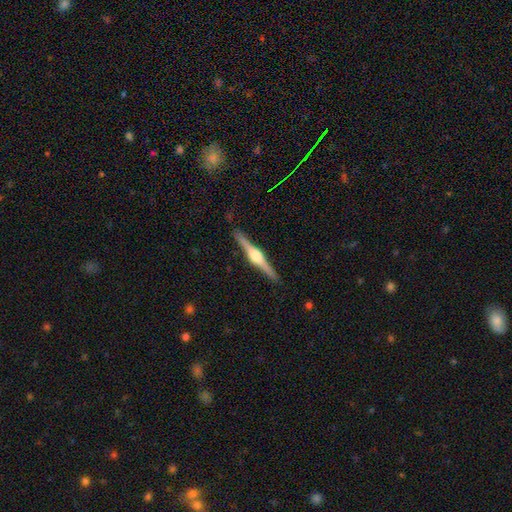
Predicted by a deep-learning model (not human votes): A featured or disk galaxy (85%) viewed edge-on (99%) with a rounded central bulge (91%).

Vote fractions:
- Smooth or featured? featured or disk: 85% / smooth: 11% / star or artifact: 5%
- Edge-on disk? yes: 99% / no: 1%
- Edge-on bulge? rounded: 91% / boxy: 7% / none: 2%
- Merging? none: 91% / minor disturbance: 6% / major disturbance: 1% / merger: 1%